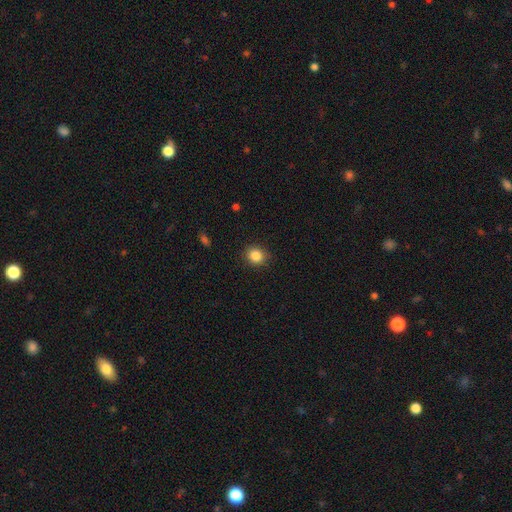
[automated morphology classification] Smooth or featured: smooth — 86% (star or artifact — 10%)
How rounded: round — 76% (in between — 23%)
Merging: none — 88% (minor disturbance — 9%)